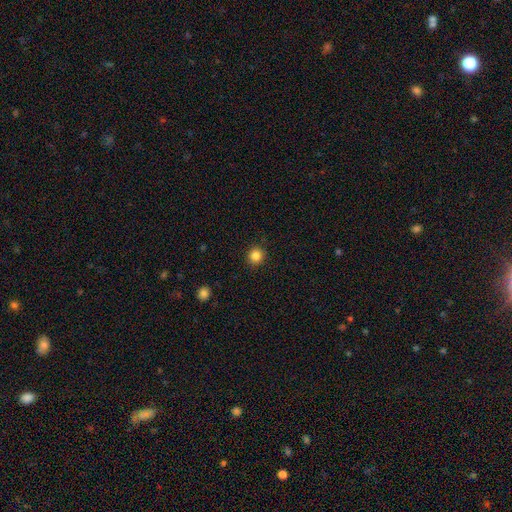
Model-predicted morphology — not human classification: Smooth or featured? Predicted: smooth (p=0.85). How rounded? Predicted: round (p=0.92). Merging? Predicted: none (p=0.91).